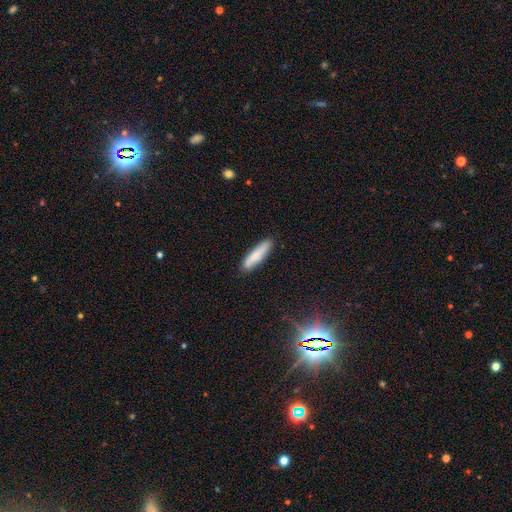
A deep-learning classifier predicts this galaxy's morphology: smooth-or-featured: smooth: 78% | featured or disk: 16% | star or artifact: 6%
  how-rounded: cigar-shaped: 79% | in between: 20% | round: 1%
  merging: none: 84% | minor disturbance: 12% | major disturbance: 2% | merger: 2%